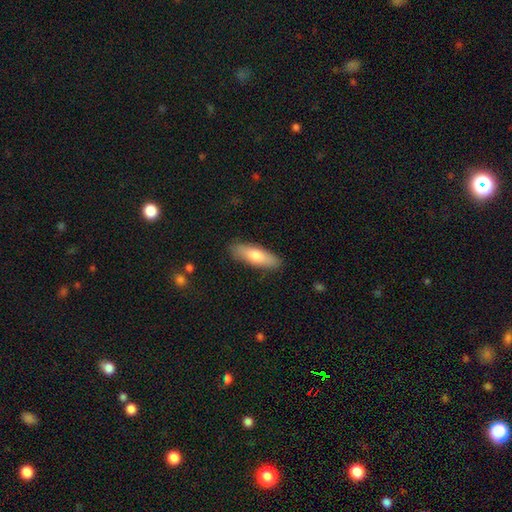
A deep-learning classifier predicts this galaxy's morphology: The model was most divided on "how rounded": in between: 52%, cigar-shaped: 45%, round: 2%. More confident: merging — none (87%); smooth or featured — smooth (72%).